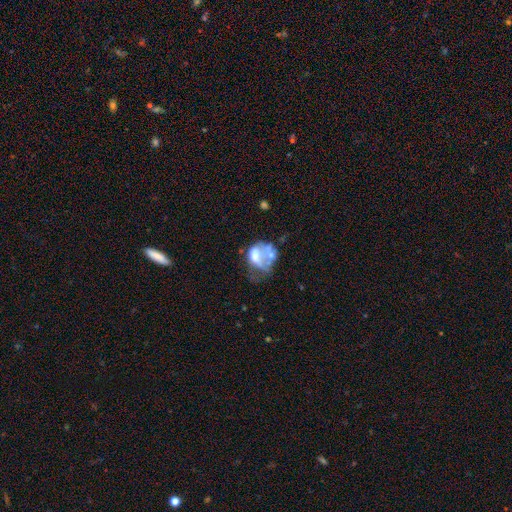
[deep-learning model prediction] Morphology: type=featured or disk (48%); merging=major disturbance (33%).